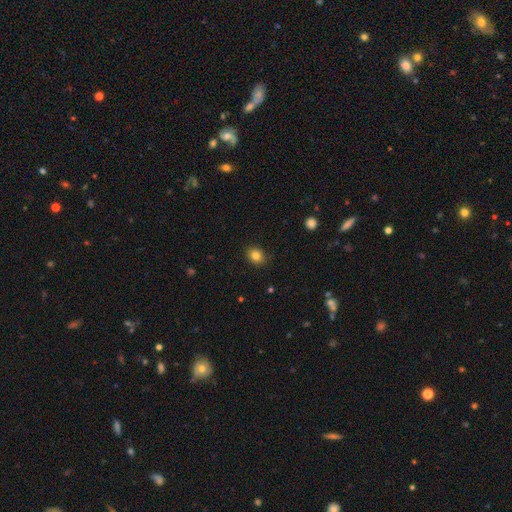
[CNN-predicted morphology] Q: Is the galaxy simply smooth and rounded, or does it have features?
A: smooth — 83%.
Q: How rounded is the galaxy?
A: round — 54%.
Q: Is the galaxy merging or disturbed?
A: none — 88%.